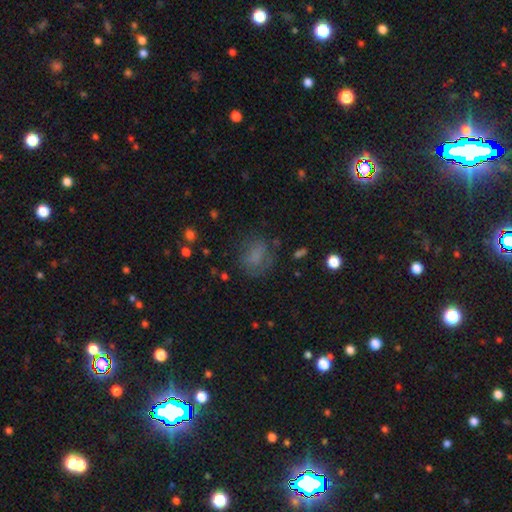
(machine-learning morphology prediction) Smooth or featured?
  - smooth: 64% *
  - featured or disk: 20%
  - star or artifact: 16%
How rounded?
  - round: 50% *
  - in between: 49%
  - cigar-shaped: 2%
Merging?
  - none: 59% *
  - minor disturbance: 22%
  - major disturbance: 16%
  - merger: 3%